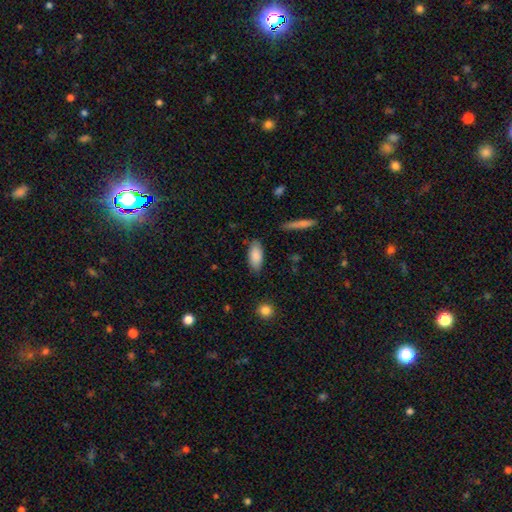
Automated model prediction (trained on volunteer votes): Q: Smooth or featured?
A: smooth (86%); runner-up: featured or disk (7%)
Q: How rounded?
A: in between (86%); runner-up: cigar-shaped (12%)
Q: Merging?
A: none (81%); runner-up: minor disturbance (14%)